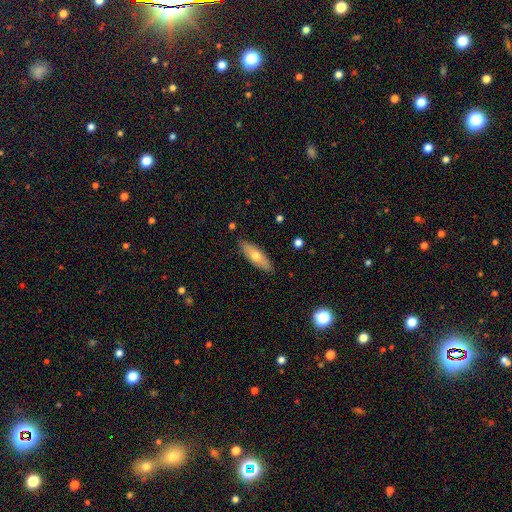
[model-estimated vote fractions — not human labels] A smooth galaxy with no disk features (60%) that is in between round and cigar-shaped (53%). Merging: none (87%).